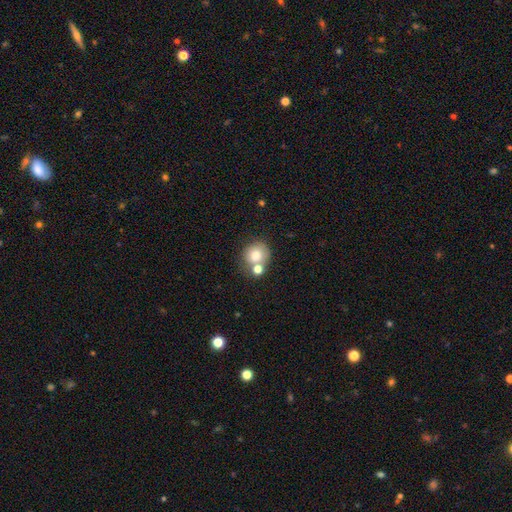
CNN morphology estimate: This appears to be a smooth galaxy with no disk features (77%) that is round (79%). Merging: none (48%).